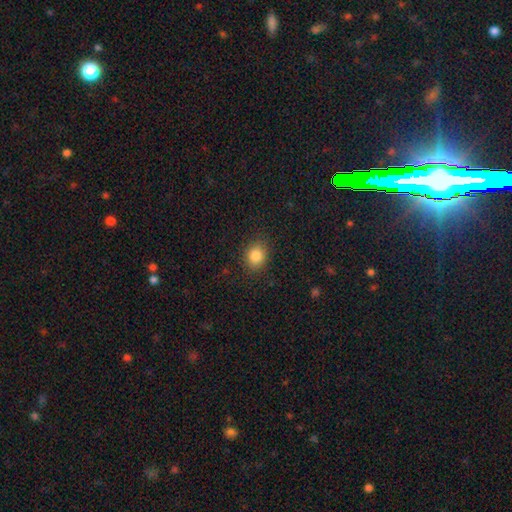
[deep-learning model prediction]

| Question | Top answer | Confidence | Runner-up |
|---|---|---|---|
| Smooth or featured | smooth | 84% | star or artifact (10%) |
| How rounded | round | 64% | in between (35%) |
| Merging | none | 87% | minor disturbance (9%) |